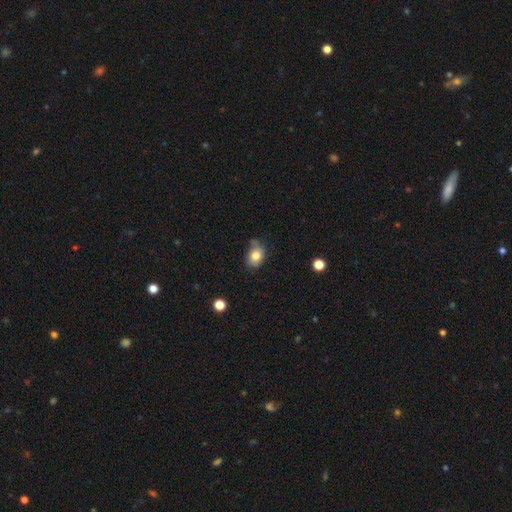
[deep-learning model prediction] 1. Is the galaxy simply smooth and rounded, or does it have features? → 80% smooth, 11% featured or disk, 10% star or artifact.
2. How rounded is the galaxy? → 68% in between, 31% round, 1% cigar-shaped.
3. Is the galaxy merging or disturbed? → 56% none, 29% minor disturbance, 8% merger, 7% major disturbance.